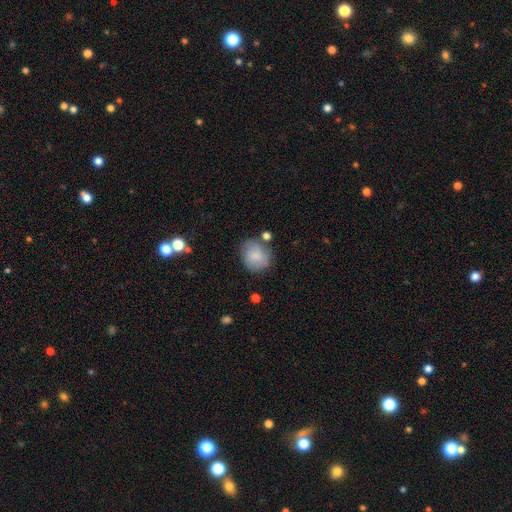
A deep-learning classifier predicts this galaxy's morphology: A smooth galaxy with no disk features (81%) that is round (73%). Merging: none (65%).